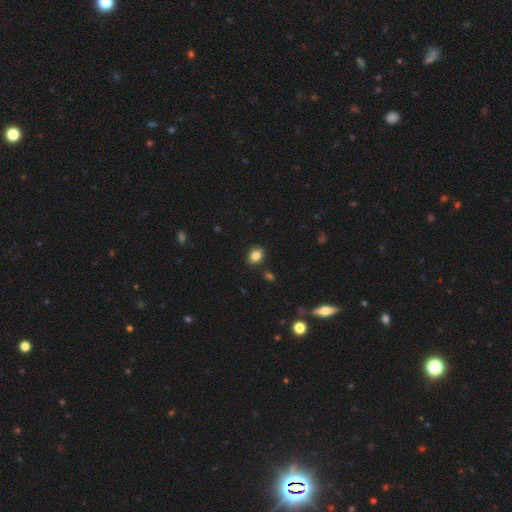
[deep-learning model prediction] A smooth galaxy with no disk features (85%) that is in between round and cigar-shaped (63%). Merging: none (87%).